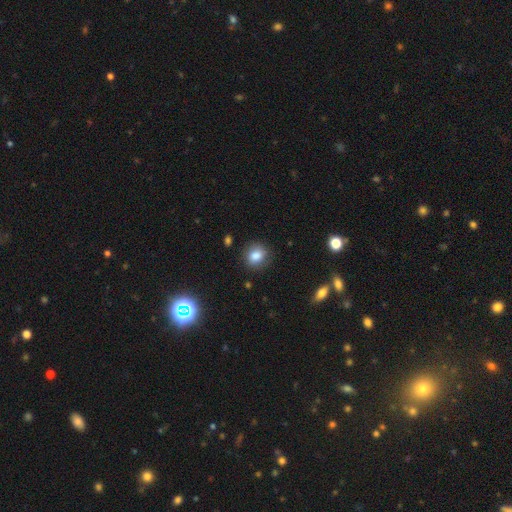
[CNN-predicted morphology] smooth 82%, star or artifact 11%, featured or disk 8%. Down the decision tree: how rounded — round (70%); merging — none (81%).